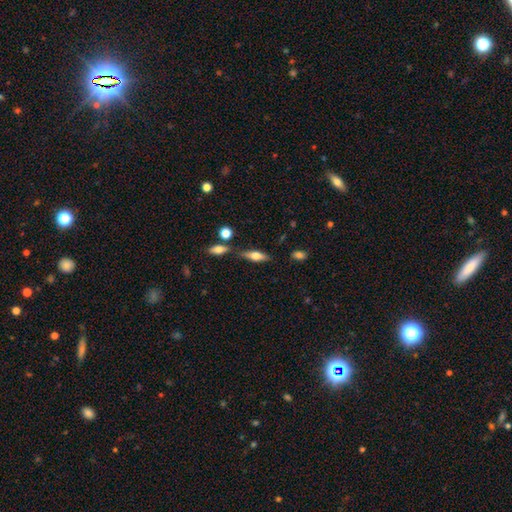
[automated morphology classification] Overall: smooth (54%; featured or disk 38%). How rounded: in between (54%; cigar-shaped 43%). Merging: none (70%).